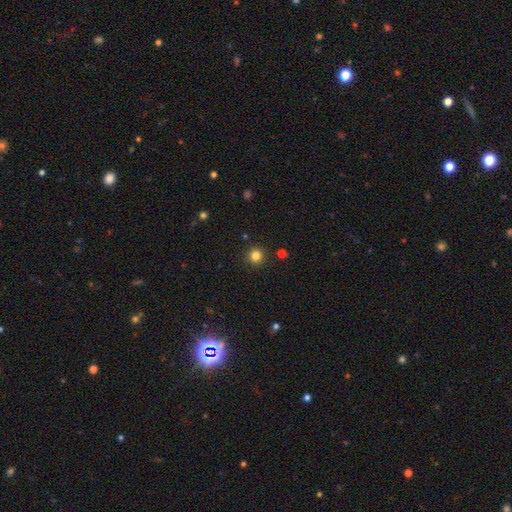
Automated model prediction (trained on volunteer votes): This appears to be a smooth galaxy with no disk features (82%) that is round (94%). Merging: none (91%).